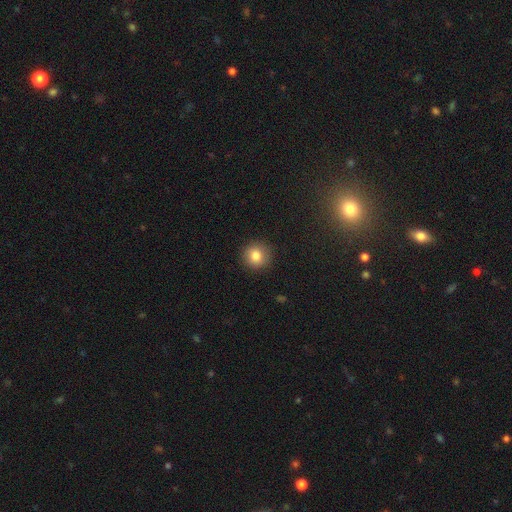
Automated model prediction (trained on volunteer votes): Q: Smooth or featured?
A: smooth (83%); runner-up: star or artifact (10%)
Q: How rounded?
A: round (92%); runner-up: in between (7%)
Q: Merging?
A: none (90%); runner-up: minor disturbance (7%)